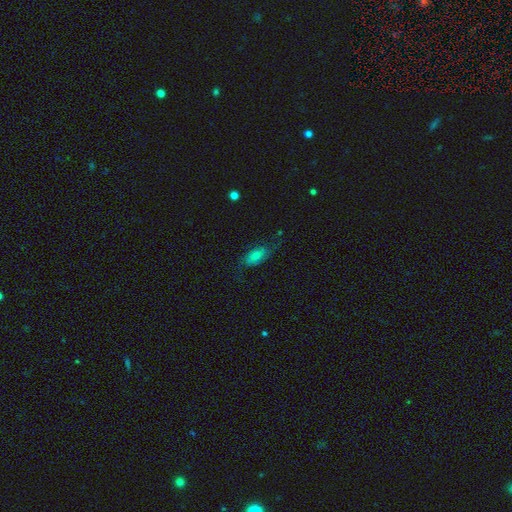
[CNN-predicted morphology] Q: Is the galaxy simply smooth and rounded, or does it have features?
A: featured or disk — 50%.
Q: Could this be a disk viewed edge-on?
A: no — 90%.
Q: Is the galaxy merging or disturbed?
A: none — 64%.